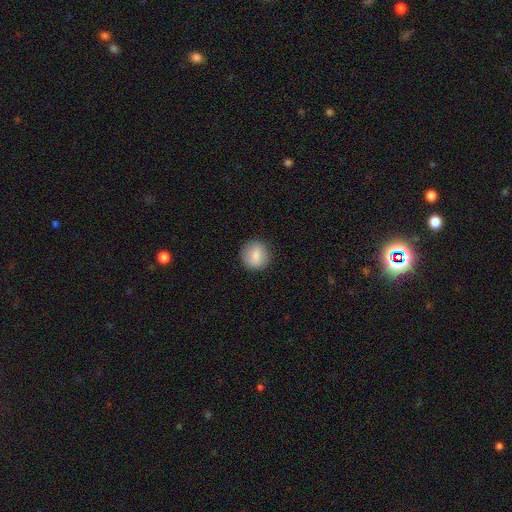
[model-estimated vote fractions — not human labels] Smooth or featured: smooth — 81% (featured or disk — 11%)
How rounded: round — 89% (in between — 10%)
Merging: none — 88% (minor disturbance — 9%)